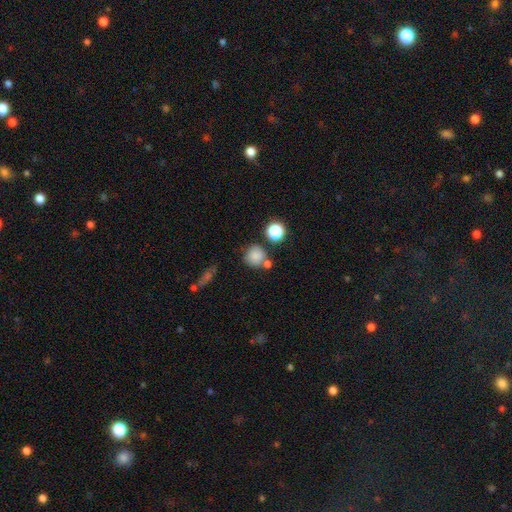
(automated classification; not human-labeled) Morphology: type=smooth (81%); roundness=round (88%); merging=none (62%).